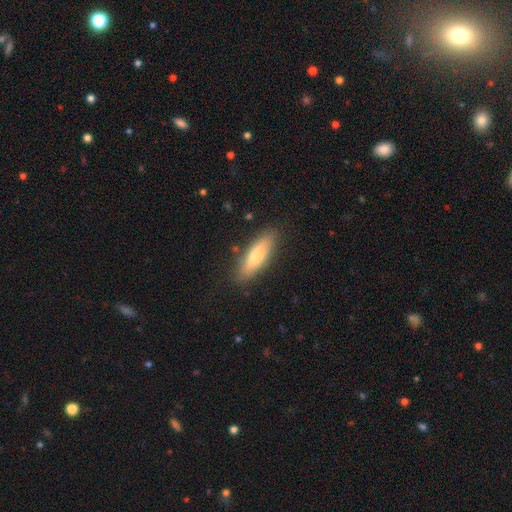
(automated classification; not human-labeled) smooth_or_featured: smooth (p=0.63) [alt: featured or disk p=0.30]
how_rounded: cigar-shaped (p=0.58) [alt: in between p=0.40]
merging: none (p=0.85) [alt: minor disturbance p=0.11]